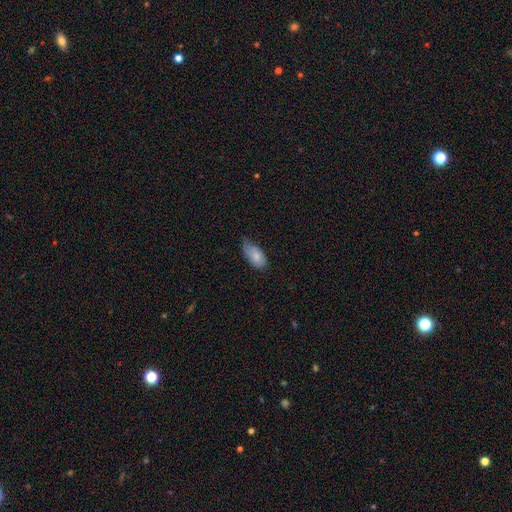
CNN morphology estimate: This appears to be a smooth galaxy with no disk features (81%) that is in between round and cigar-shaped (93%). Merging: minor disturbance (44%).